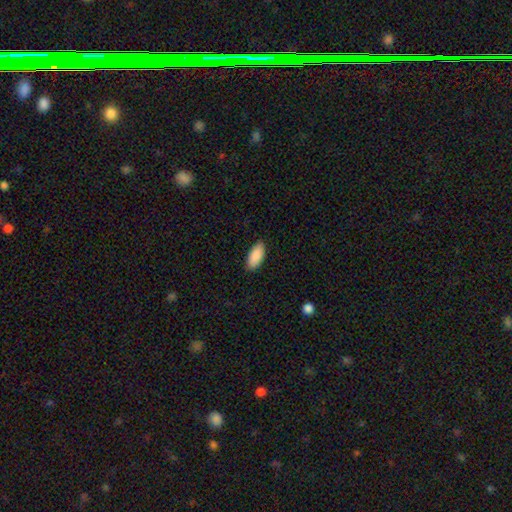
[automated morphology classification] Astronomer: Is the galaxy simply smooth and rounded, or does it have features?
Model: smooth — 90%.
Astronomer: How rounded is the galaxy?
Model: in between — 89%.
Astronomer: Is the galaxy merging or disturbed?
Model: none — 88%.